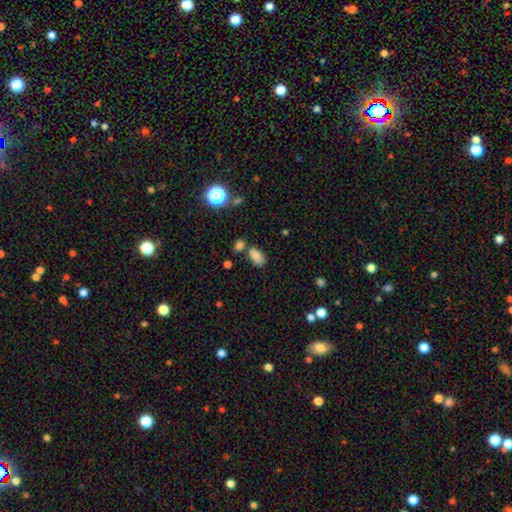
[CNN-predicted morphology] The model was most divided on "merging": none: 60%, merger: 21%, minor disturbance: 15%, major disturbance: 5%. More confident: how rounded — in between (91%); smooth or featured — smooth (82%).